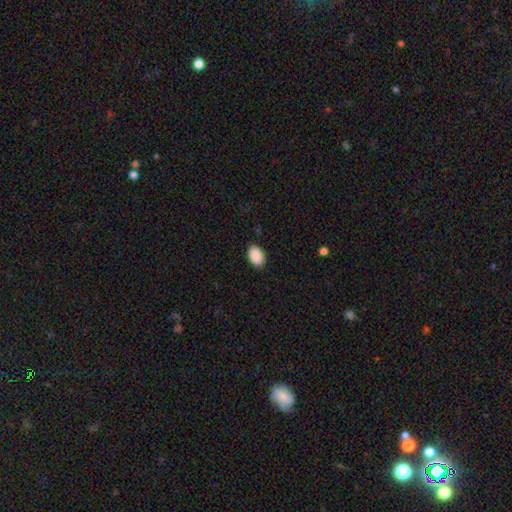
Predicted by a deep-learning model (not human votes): Q: Smooth or featured?
A: smooth (91%); runner-up: star or artifact (7%)
Q: How rounded?
A: in between (88%); runner-up: round (11%)
Q: Merging?
A: none (88%); runner-up: minor disturbance (9%)